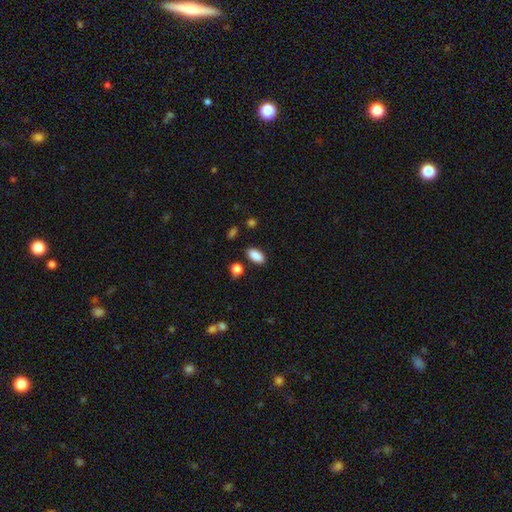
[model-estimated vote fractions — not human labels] smooth 88%, star or artifact 8%, featured or disk 4%. Down the decision tree: how rounded — in between (91%); merging — none (85%).